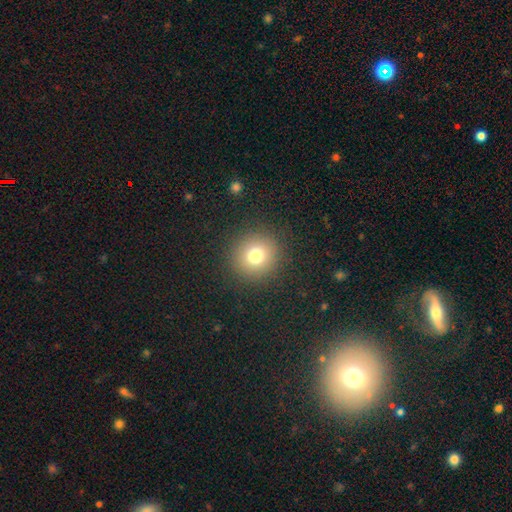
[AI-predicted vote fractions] This is likely a smooth galaxy (76%). How rounded: clearly round (93%). Merging: clearly none (90%).